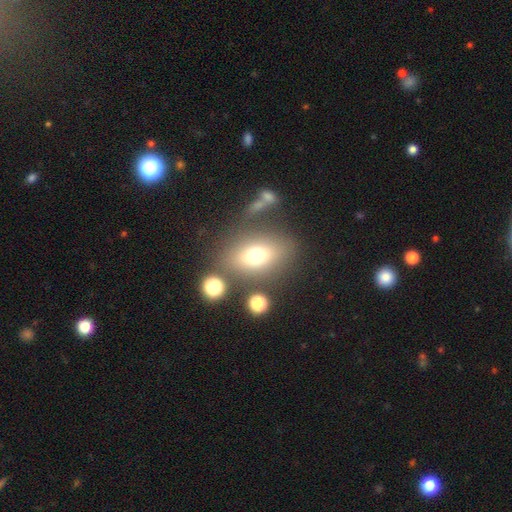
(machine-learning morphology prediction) Smooth or featured? smooth (68%)
How rounded? in between (62%)
Merging? none (68%)